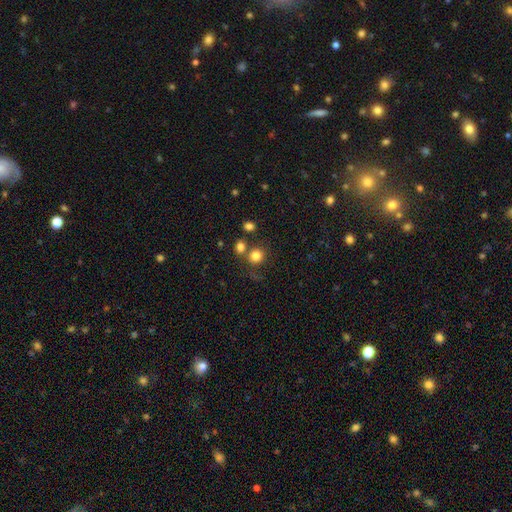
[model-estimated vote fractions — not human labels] smooth-or-featured: smooth: 81% | star or artifact: 13% | featured or disk: 6%
  how-rounded: round: 86% | in between: 13% | cigar-shaped: 1%
  merging: none: 67% | merger: 19% | minor disturbance: 9% | major disturbance: 5%